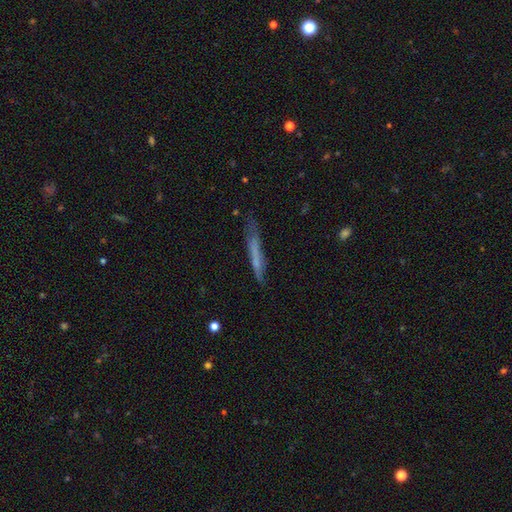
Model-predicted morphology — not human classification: smooth_or_featured: smooth (p=0.55) [alt: featured or disk p=0.36]
how_rounded: cigar-shaped (p=0.94) [alt: in between p=0.04]
merging: none (p=0.65) [alt: minor disturbance p=0.24]